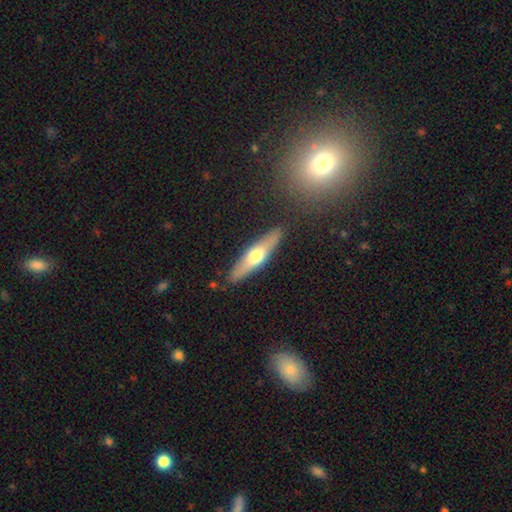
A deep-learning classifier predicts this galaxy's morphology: Smooth or featured? Predicted: featured or disk (p=0.48). Merging? Predicted: none (p=0.87).